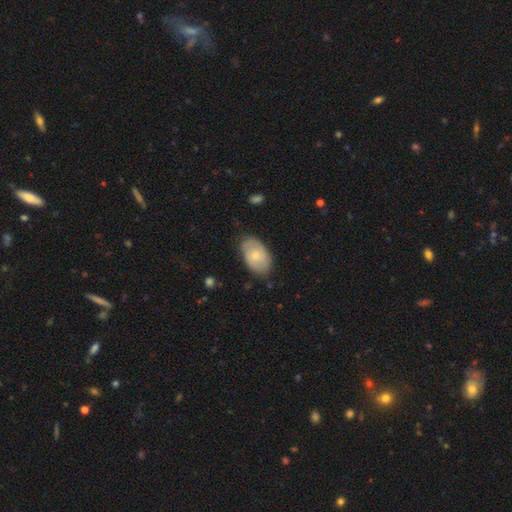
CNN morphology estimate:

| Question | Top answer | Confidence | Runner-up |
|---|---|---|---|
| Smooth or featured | smooth | 61% | featured or disk (33%) |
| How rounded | in between | 90% | round (8%) |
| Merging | none | 74% | minor disturbance (20%) |